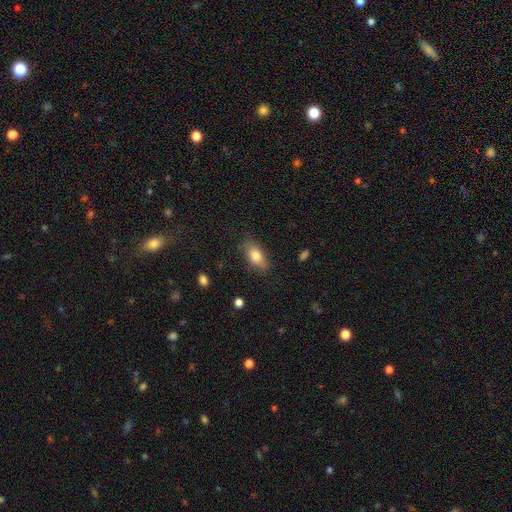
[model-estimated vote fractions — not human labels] The model was most divided on "smooth or featured": smooth: 80%, featured or disk: 13%, star or artifact: 7%. More confident: how rounded — in between (87%); merging — none (81%).